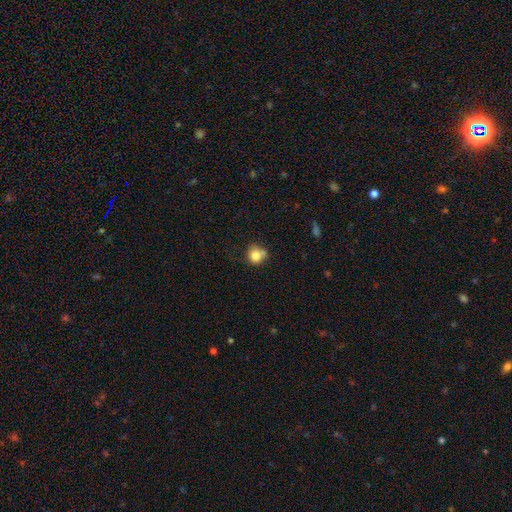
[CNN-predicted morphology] A smooth galaxy with no disk features (79%) that is round (83%). Merging: none (55%).